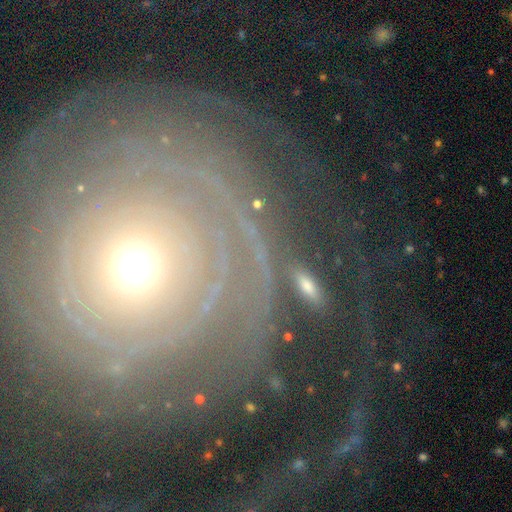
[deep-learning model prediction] A featured or disk galaxy (69%) with no bar (82%), spiral arms (76%) and a moderate central bulge (51%). Merging: none (71%).